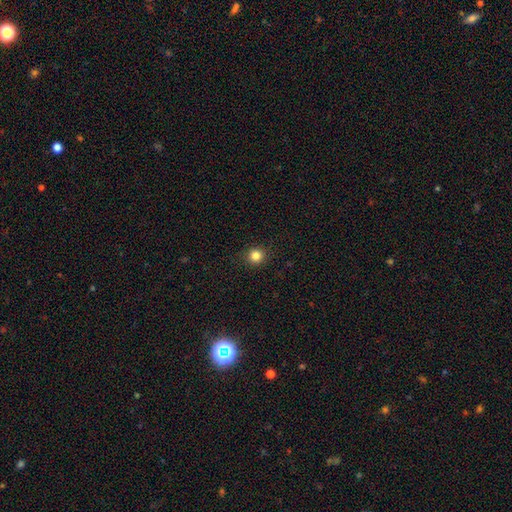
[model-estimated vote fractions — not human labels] smooth_or_featured: smooth (p=0.84) [alt: star or artifact p=0.12]
how_rounded: round (p=0.92) [alt: in between p=0.07]
merging: none (p=0.91) [alt: minor disturbance p=0.06]